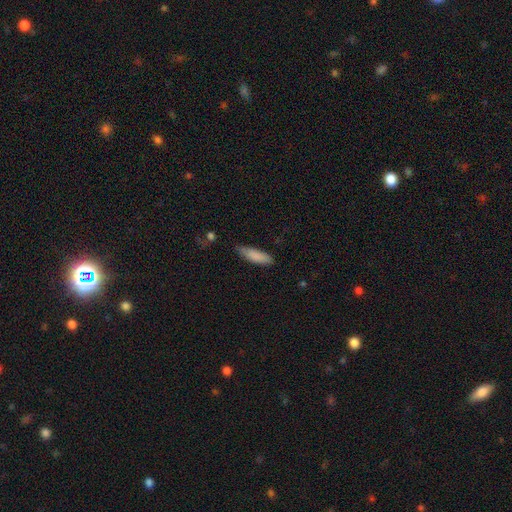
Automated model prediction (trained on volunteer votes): smooth_or_featured: smooth (p=0.85) [alt: featured or disk p=0.09]
how_rounded: cigar-shaped (p=0.53) [alt: in between p=0.45]
merging: none (p=0.71) [alt: minor disturbance p=0.23]